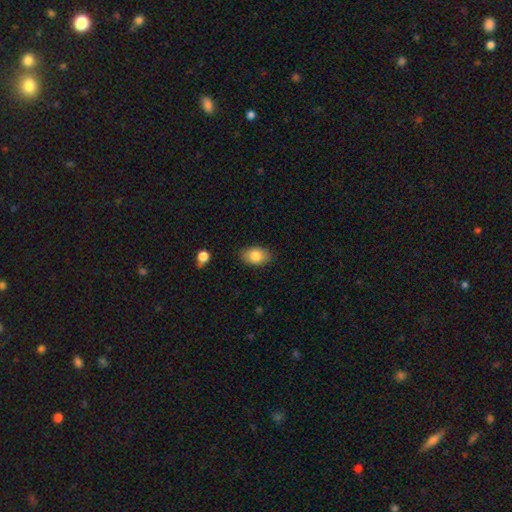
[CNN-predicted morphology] This appears to be a smooth galaxy with no disk features (82%) that is in between round and cigar-shaped (88%). Merging: none (85%).